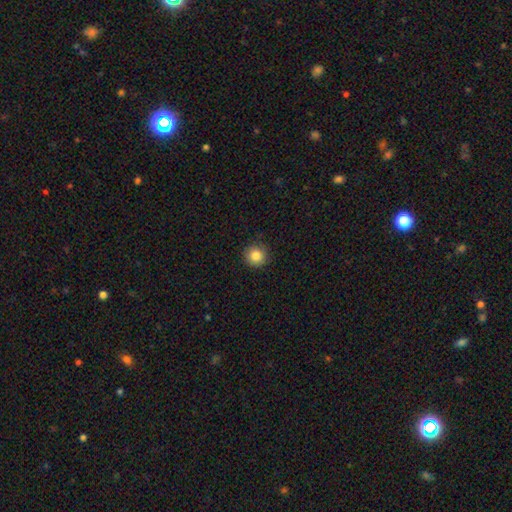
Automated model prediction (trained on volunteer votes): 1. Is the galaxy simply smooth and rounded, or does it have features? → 85% smooth, 10% star or artifact, 5% featured or disk.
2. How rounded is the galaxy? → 94% round, 5% in between, 1% cigar-shaped.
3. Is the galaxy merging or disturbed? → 91% none, 6% minor disturbance, 2% major disturbance, 1% merger.